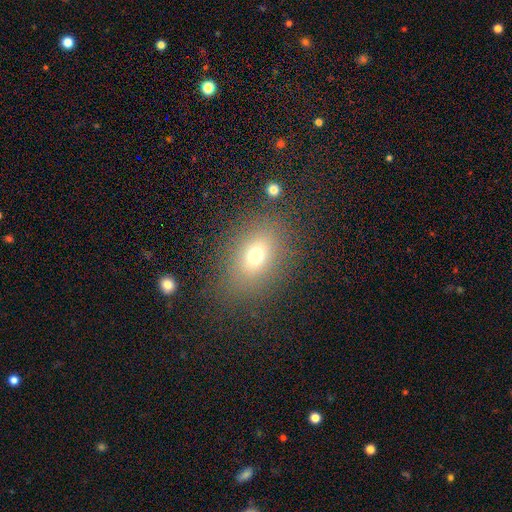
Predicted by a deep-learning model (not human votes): Smooth or featured: smooth — 69% (featured or disk — 16%)
How rounded: in between — 75% (round — 23%)
Merging: none — 80% (minor disturbance — 12%)